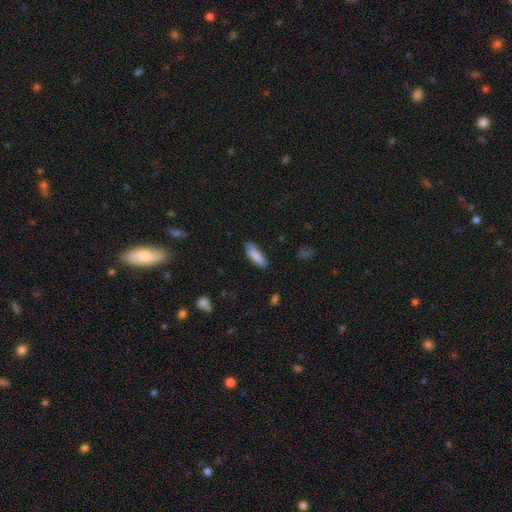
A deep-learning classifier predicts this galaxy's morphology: A smooth galaxy with no disk features (87%) that is in between round and cigar-shaped (51%).

Vote fractions:
- Smooth or featured? smooth: 87% / featured or disk: 7% / star or artifact: 6%
- How rounded? in between: 51% / cigar-shaped: 47% / round: 1%
- Merging? none: 77% / minor disturbance: 18% / major disturbance: 3% / merger: 2%